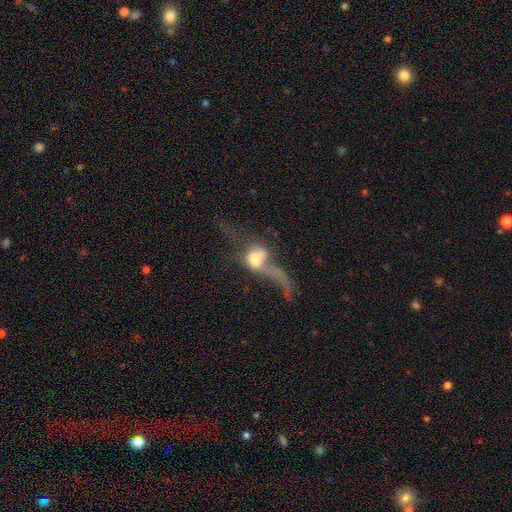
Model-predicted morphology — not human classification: Smooth or featured?
  - featured or disk: 52% *
  - smooth: 35%
  - star or artifact: 13%
Edge-on disk?
  - no: 77% *
  - yes: 23%
Merging?
  - major disturbance: 49% *
  - merger: 24%
  - none: 17%
  - minor disturbance: 10%